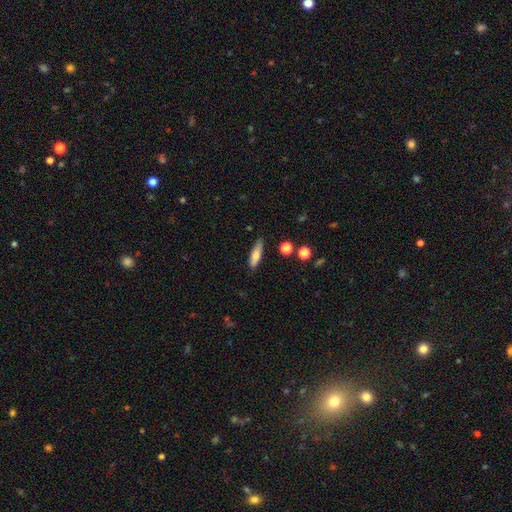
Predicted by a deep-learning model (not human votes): Smooth or featured?
  - smooth: 69% *
  - featured or disk: 24%
  - star or artifact: 7%
How rounded?
  - cigar-shaped: 64% *
  - in between: 34%
  - round: 3%
Merging?
  - none: 80% *
  - minor disturbance: 15%
  - major disturbance: 3%
  - merger: 2%